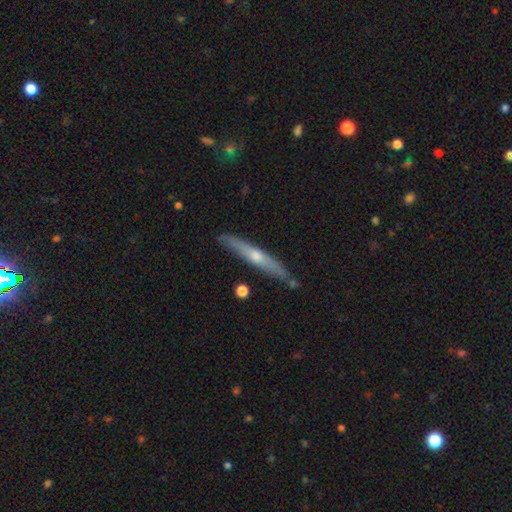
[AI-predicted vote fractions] smooth_or_featured: featured or disk (p=0.61) [alt: smooth p=0.33]
disk_edge_on: yes (p=0.94) [alt: no p=0.06]
edge_on_bulge: rounded (p=0.80) [alt: none p=0.17]
merging: none (p=0.84) [alt: minor disturbance p=0.11]